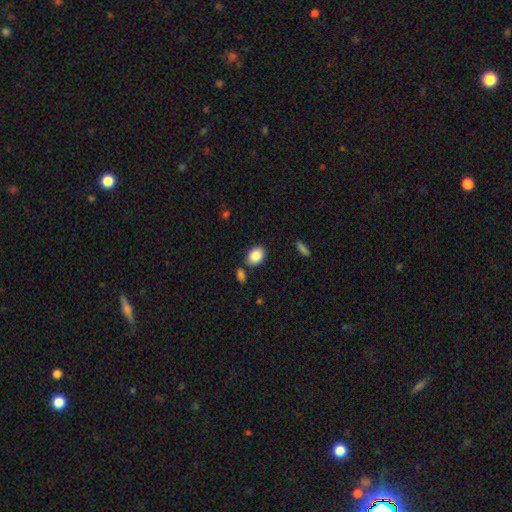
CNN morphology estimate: Smooth or featured: smooth — 88% (star or artifact — 7%)
How rounded: in between — 80% (round — 19%)
Merging: none — 74% (minor disturbance — 13%)